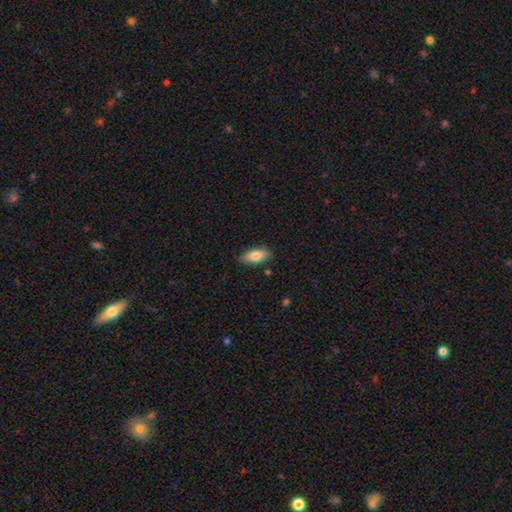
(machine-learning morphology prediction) smooth 80%, featured or disk 14%, star or artifact 7%. Down the decision tree: how rounded — in between (86%); merging — none (83%).